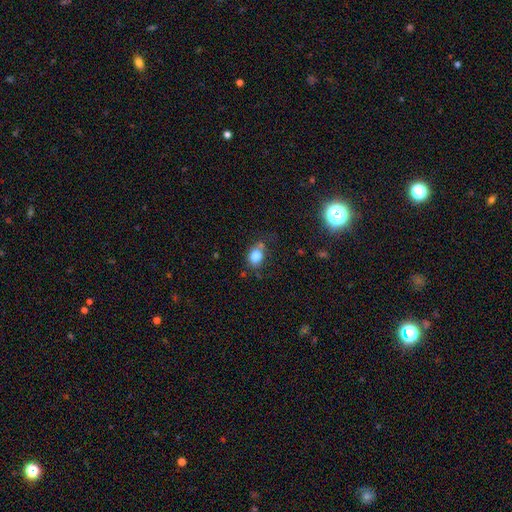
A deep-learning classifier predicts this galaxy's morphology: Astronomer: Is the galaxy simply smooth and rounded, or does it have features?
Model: smooth — 80%.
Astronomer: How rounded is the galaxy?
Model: in between — 66%.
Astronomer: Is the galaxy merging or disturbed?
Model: none — 58%.